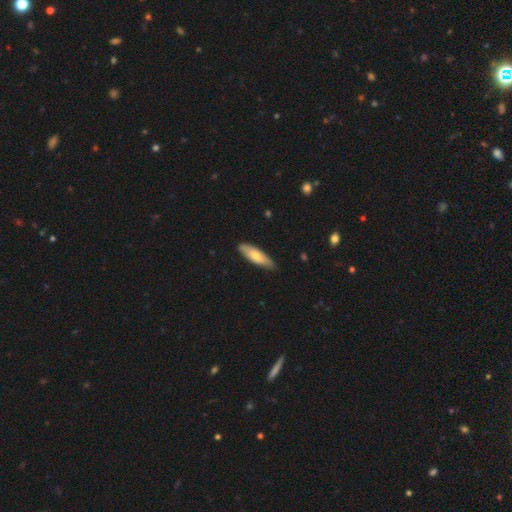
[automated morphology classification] smooth-or-featured: smooth: 69% | featured or disk: 26% | star or artifact: 5%
  how-rounded: cigar-shaped: 53% | in between: 45% | round: 2%
  merging: none: 81% | minor disturbance: 16% | major disturbance: 2% | merger: 1%